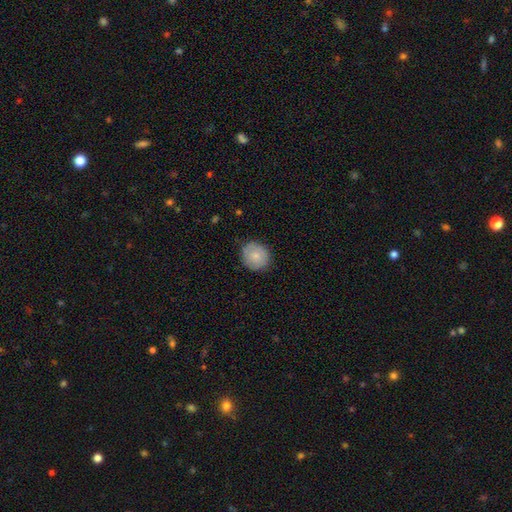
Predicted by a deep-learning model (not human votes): smooth-or-featured: smooth: 77% | featured or disk: 16% | star or artifact: 7%
  how-rounded: round: 87% | in between: 12% | cigar-shaped: 1%
  merging: none: 81% | minor disturbance: 15% | major disturbance: 3% | merger: 1%